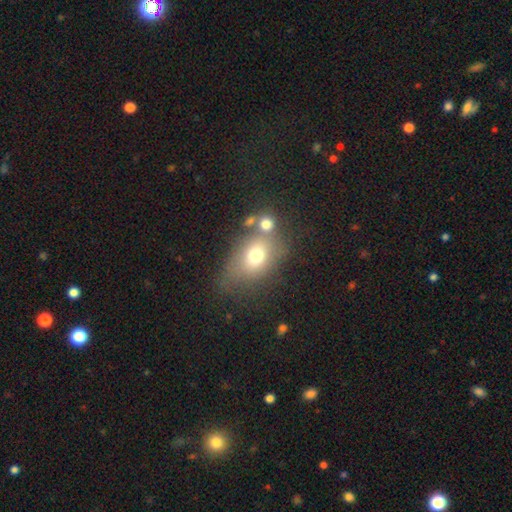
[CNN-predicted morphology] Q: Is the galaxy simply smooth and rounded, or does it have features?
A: smooth — 68%.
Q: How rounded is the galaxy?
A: in between — 66%.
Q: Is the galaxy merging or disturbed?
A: none — 47%.